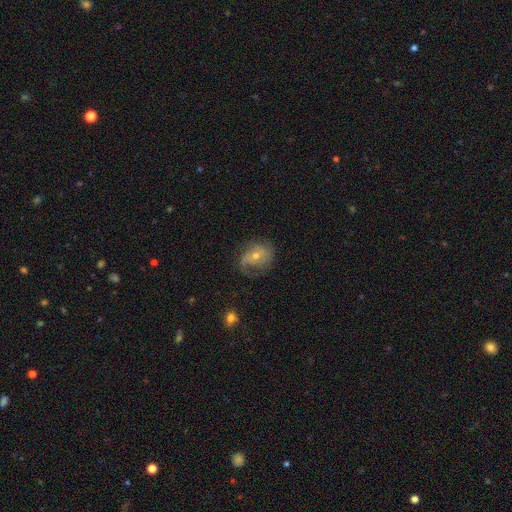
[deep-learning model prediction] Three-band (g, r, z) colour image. It shows a featured or disk galaxy (67%) with no bar (61%), 2 (39%) medium (40%) spiral arms (85%) and a small central bulge (52%). Merging: none (59%).